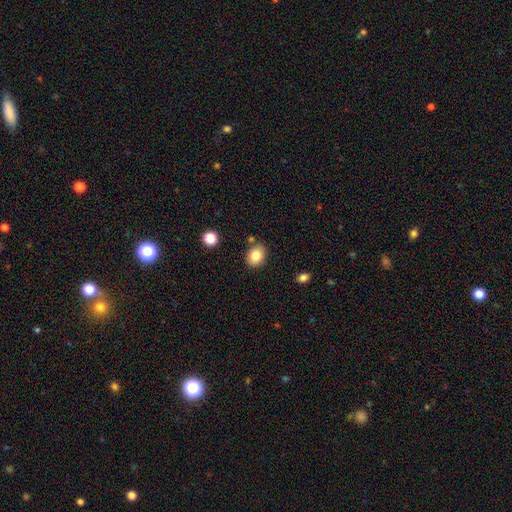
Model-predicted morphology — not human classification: Q: Smooth or featured?
A: smooth (82%); runner-up: star or artifact (9%)
Q: How rounded?
A: in between (56%); runner-up: round (43%)
Q: Merging?
A: none (81%); runner-up: minor disturbance (11%)